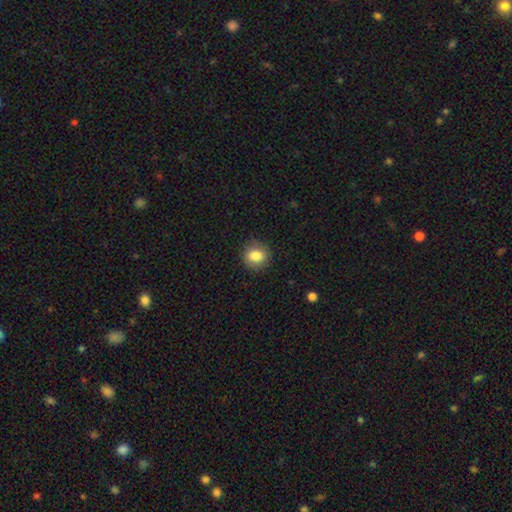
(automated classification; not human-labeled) The model was most divided on "how rounded": round: 76%, in between: 23%, cigar-shaped: 1%. More confident: merging — none (88%); smooth or featured — smooth (83%).